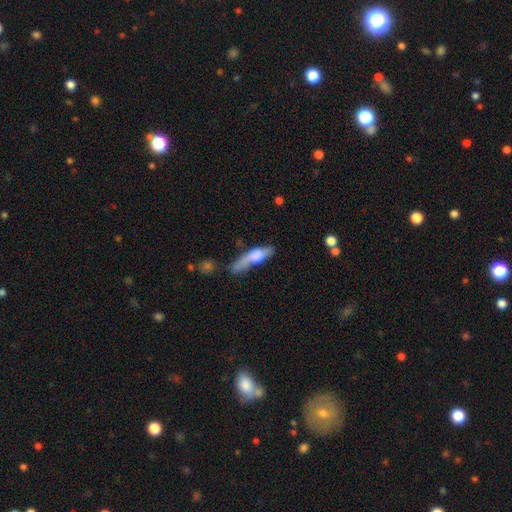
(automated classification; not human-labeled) Morphology: type=smooth (55%); roundness=cigar-shaped (68%); merging=none (39%).